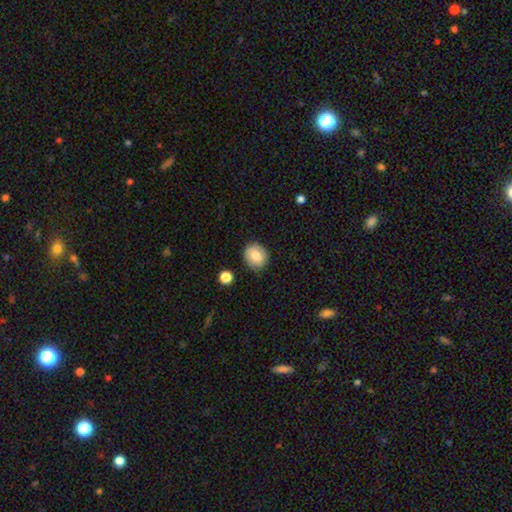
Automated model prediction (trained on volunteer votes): Smooth or featured? Predicted: smooth (p=0.78). How rounded? Predicted: round (p=0.68). Merging? Predicted: none (p=0.83).